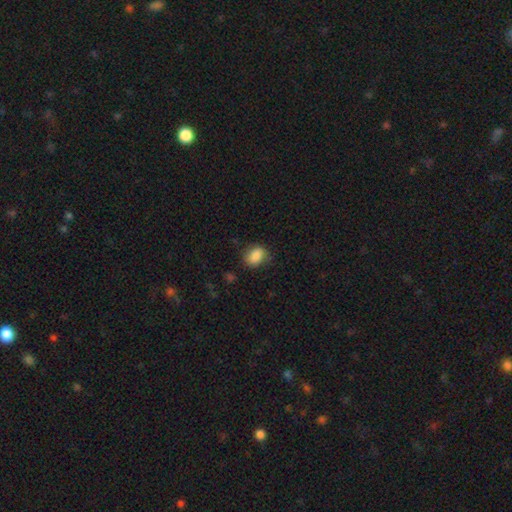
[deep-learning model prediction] The model was most divided on "how rounded": in between: 70%, round: 28%, cigar-shaped: 1%. More confident: smooth or featured — smooth (87%); merging — none (74%).